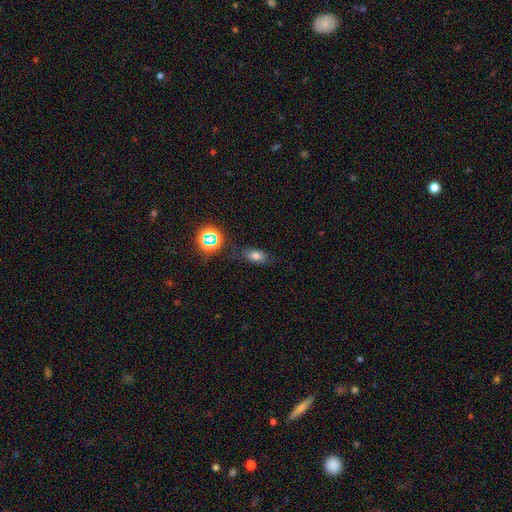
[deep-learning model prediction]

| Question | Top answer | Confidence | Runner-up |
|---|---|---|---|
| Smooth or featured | smooth | 69% | star or artifact (18%) |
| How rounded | in between | 80% | round (11%) |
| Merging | none | 76% | minor disturbance (16%) |